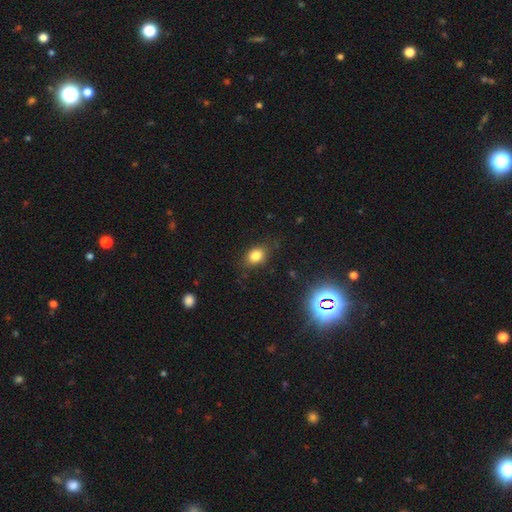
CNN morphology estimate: Smooth or featured? Predicted: smooth (p=0.79). How rounded? Predicted: in between (p=0.65). Merging? Predicted: none (p=0.80).